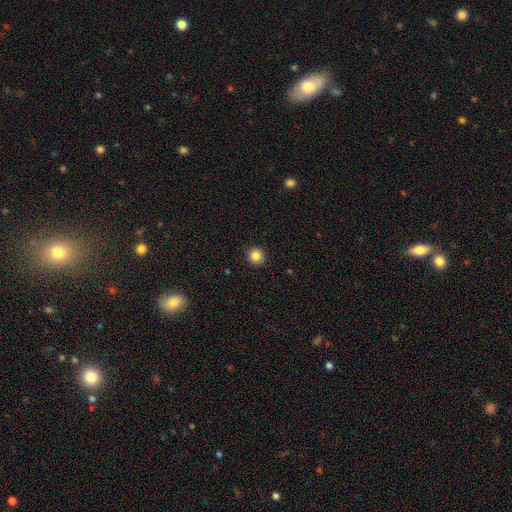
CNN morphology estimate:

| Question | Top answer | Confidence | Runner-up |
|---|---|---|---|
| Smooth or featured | smooth | 85% | star or artifact (10%) |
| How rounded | round | 93% | in between (6%) |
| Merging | none | 92% | minor disturbance (5%) |